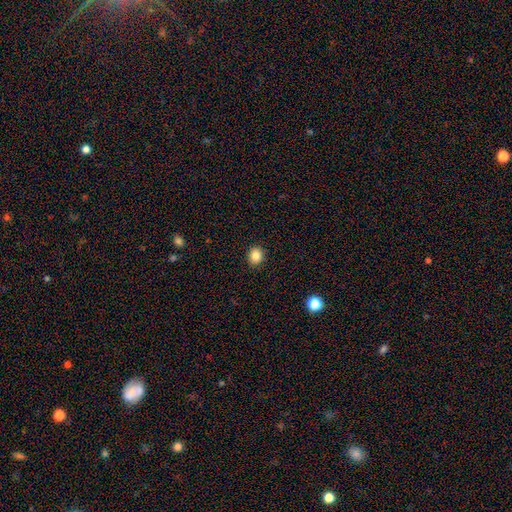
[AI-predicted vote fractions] This appears to be a smooth galaxy with no disk features (85%) that is round (73%). Merging: none (92%).